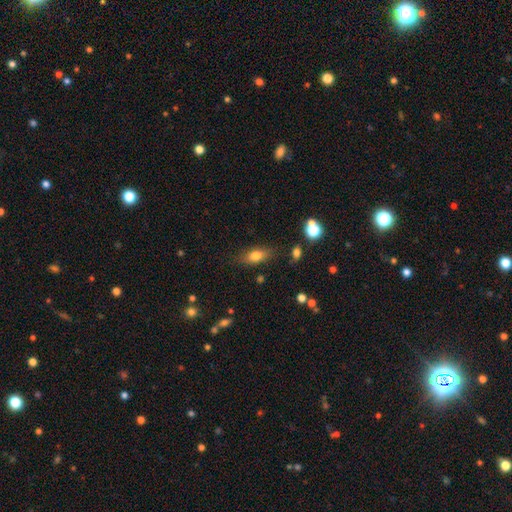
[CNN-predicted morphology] Q: Smooth or featured?
A: smooth (77%); runner-up: featured or disk (14%)
Q: How rounded?
A: in between (80%); runner-up: cigar-shaped (13%)
Q: Merging?
A: none (78%); runner-up: minor disturbance (15%)